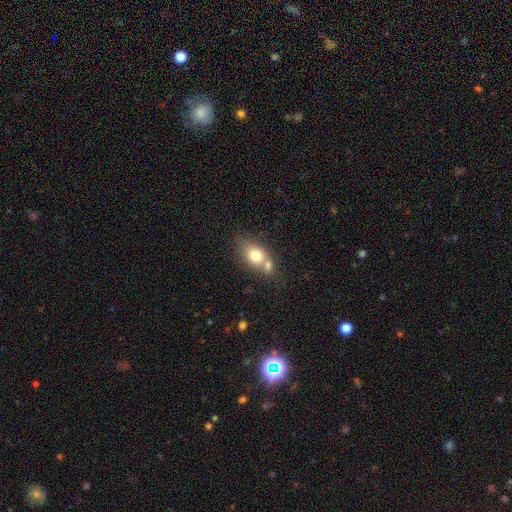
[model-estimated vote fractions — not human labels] This is likely a smooth galaxy (74%). How rounded: likely in between (68%). Merging: marginally merger (44%).